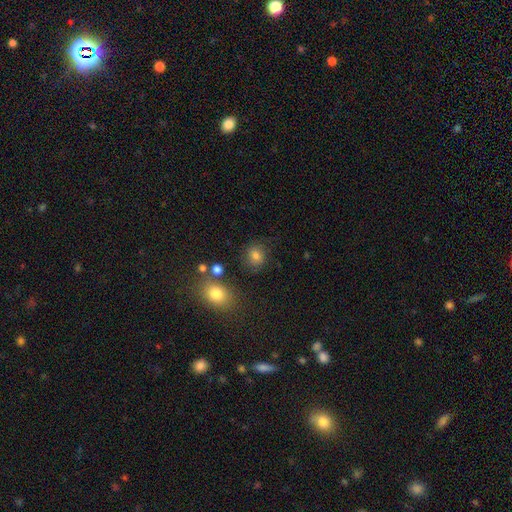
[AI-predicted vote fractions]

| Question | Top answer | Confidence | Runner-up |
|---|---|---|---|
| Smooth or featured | smooth | 79% | star or artifact (13%) |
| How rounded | round | 76% | in between (23%) |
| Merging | none | 80% | minor disturbance (12%) |